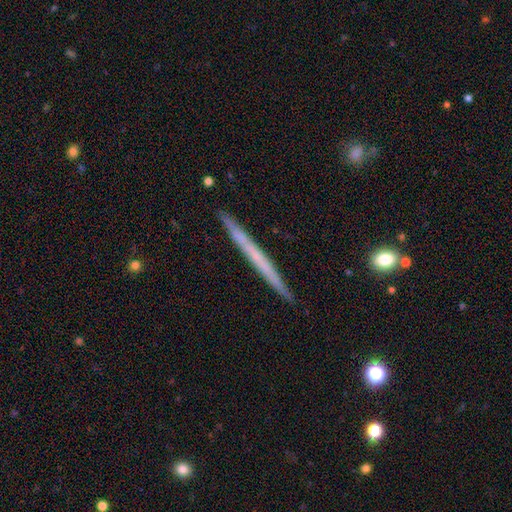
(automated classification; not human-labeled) smooth-or-featured: featured or disk: 51% | smooth: 43% | star or artifact: 6%
  disk-edge-on: yes: 97% | no: 3%
  merging: none: 90% | minor disturbance: 7% | major disturbance: 1% | merger: 1%